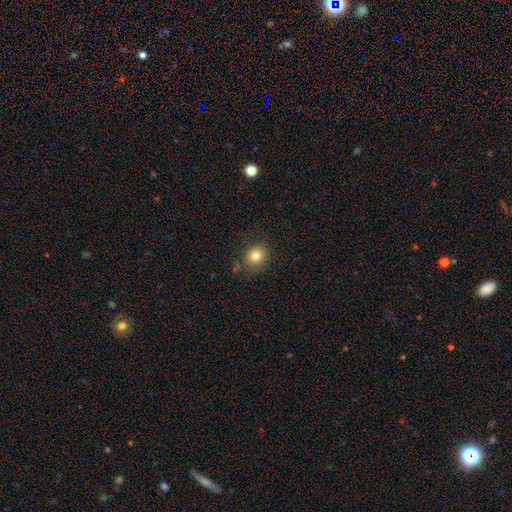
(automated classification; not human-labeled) Smooth or featured?
  - smooth: 81% *
  - star or artifact: 12%
  - featured or disk: 7%
How rounded?
  - round: 74% *
  - in between: 25%
  - cigar-shaped: 1%
Merging?
  - none: 82% *
  - minor disturbance: 12%
  - major disturbance: 3%
  - merger: 2%